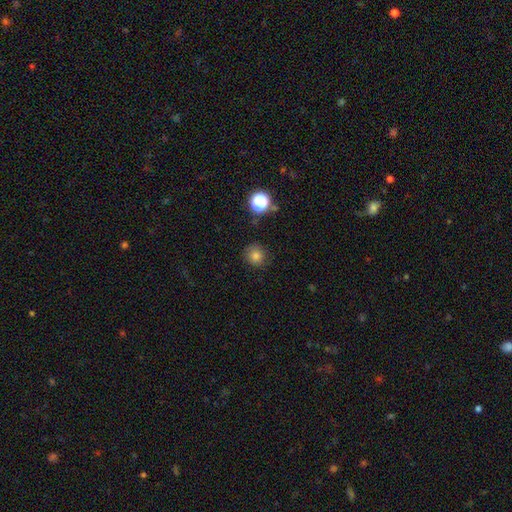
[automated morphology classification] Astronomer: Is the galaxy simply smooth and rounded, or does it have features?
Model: smooth — 80%.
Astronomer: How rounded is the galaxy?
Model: round — 91%.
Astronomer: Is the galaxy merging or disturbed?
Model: none — 83%.